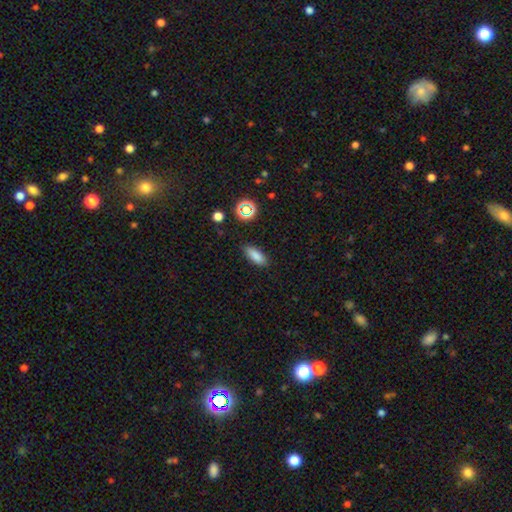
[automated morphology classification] A smooth galaxy with no disk features (83%) that is in between round and cigar-shaped (73%).

Vote fractions:
- Smooth or featured? smooth: 83% / star or artifact: 11% / featured or disk: 6%
- How rounded? in between: 73% / cigar-shaped: 24% / round: 3%
- Merging? none: 85% / minor disturbance: 11% / major disturbance: 3% / merger: 2%